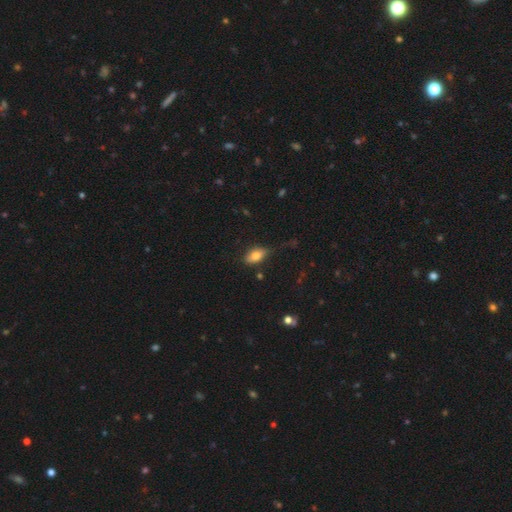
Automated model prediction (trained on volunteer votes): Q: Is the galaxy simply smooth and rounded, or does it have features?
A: smooth — 76%.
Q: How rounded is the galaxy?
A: in between — 87%.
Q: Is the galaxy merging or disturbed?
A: none — 70%.